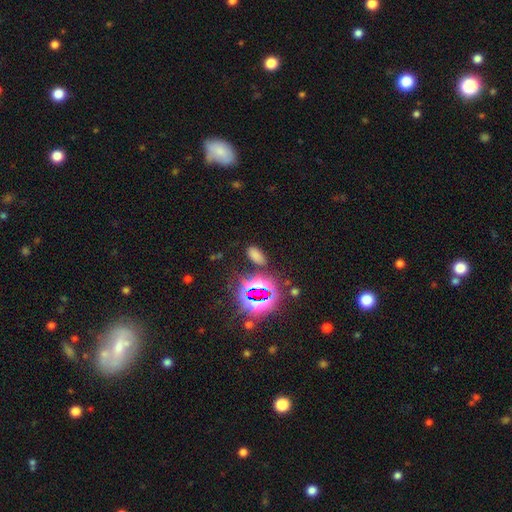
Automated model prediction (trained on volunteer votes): smooth-or-featured: smooth: 61% | star or artifact: 33% | featured or disk: 6%
  how-rounded: in between: 90% | round: 6% | cigar-shaped: 4%
  merging: none: 81% | minor disturbance: 11% | merger: 4% | major disturbance: 4%